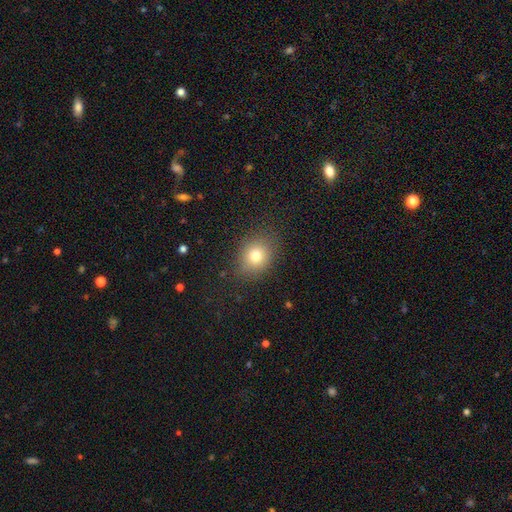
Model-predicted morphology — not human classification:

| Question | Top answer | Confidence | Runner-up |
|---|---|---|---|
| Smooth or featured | smooth | 77% | star or artifact (13%) |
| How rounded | round | 60% | in between (39%) |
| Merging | none | 82% | minor disturbance (12%) |